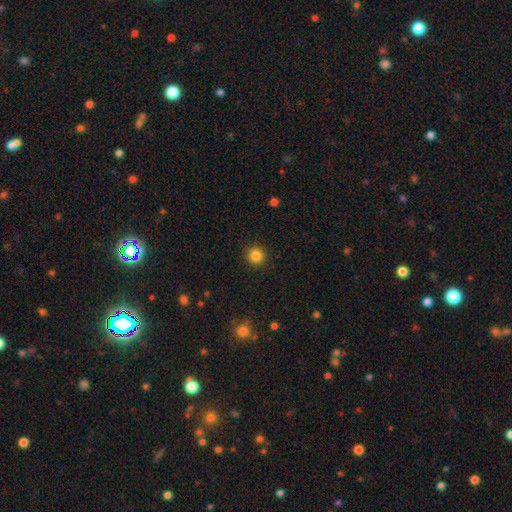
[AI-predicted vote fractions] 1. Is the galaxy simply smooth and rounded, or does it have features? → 85% smooth, 11% star or artifact, 4% featured or disk.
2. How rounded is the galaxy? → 95% round, 4% in between, 1% cigar-shaped.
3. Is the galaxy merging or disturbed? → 92% none, 5% minor disturbance, 2% major disturbance, 1% merger.